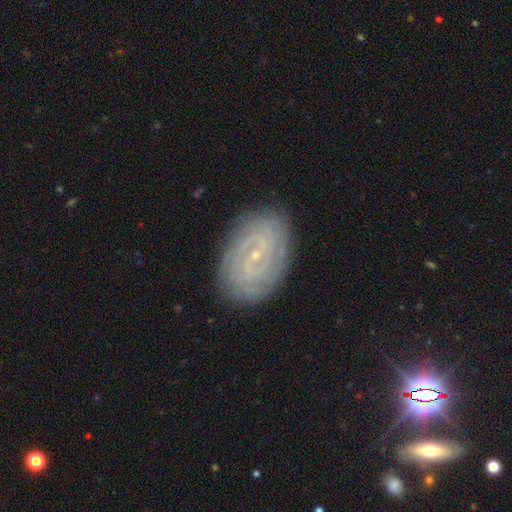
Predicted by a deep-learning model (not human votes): Smooth or featured?
  - featured or disk: 79% *
  - smooth: 12%
  - star or artifact: 9%
Edge-on disk?
  - no: 96% *
  - yes: 4%
Bar?
  - weak: 46% *
  - no: 36%
  - strong: 17%
Spiral arms?
  - yes: 92% *
  - no: 8%
Spiral winding?
  - tight: 71% *
  - medium: 23%
  - loose: 6%
Spiral arm count?
  - 2: 37% *
  - can't tell: 33%
  - 3: 11%
  - 4: 8%
  - more than 4: 6%
  - 1: 5%
Bulge size?
  - small: 85% *
  - moderate: 10%
  - none: 4%
  - large: 1%
  - dominant: 1%
Merging?
  - none: 83% *
  - minor disturbance: 12%
  - major disturbance: 3%
  - merger: 1%